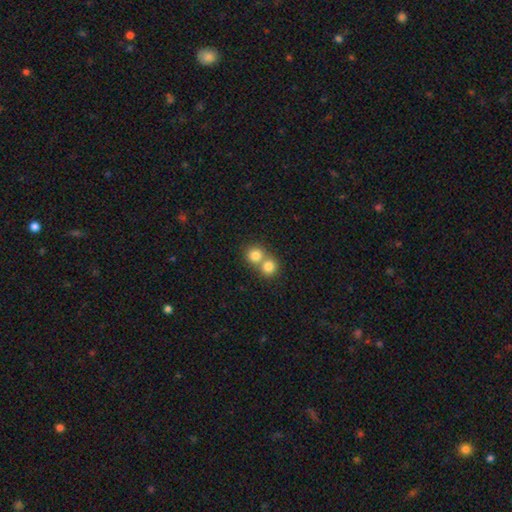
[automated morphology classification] This appears to be a smooth galaxy with no disk features (80%) that is round (87%). Merging: merger (53%).